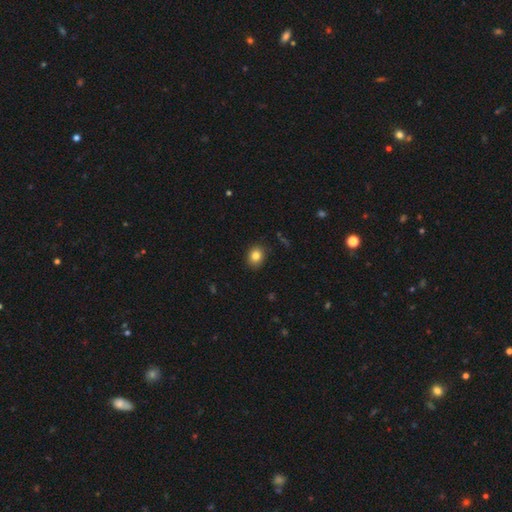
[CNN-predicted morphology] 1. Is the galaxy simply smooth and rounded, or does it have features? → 83% smooth, 10% star or artifact, 7% featured or disk.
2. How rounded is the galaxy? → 62% round, 37% in between, 1% cigar-shaped.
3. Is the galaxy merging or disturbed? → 88% none, 9% minor disturbance, 2% major disturbance, 1% merger.